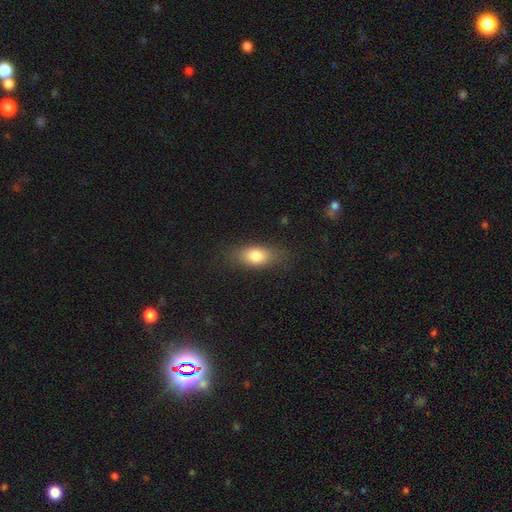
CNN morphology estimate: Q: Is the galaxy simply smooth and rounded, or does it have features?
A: smooth — 79%.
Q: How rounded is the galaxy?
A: in between — 81%.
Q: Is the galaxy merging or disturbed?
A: none — 79%.